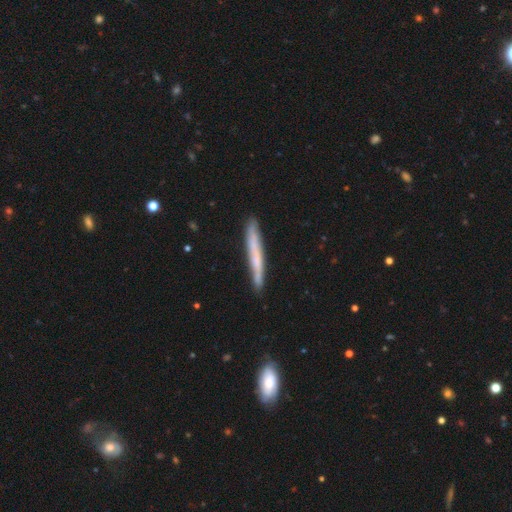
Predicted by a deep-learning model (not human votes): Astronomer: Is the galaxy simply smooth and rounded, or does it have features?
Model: smooth — 50% (runner-up: featured or disk, 43%).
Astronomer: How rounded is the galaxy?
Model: cigar-shaped — 96%.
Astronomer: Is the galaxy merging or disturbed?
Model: none — 86%.